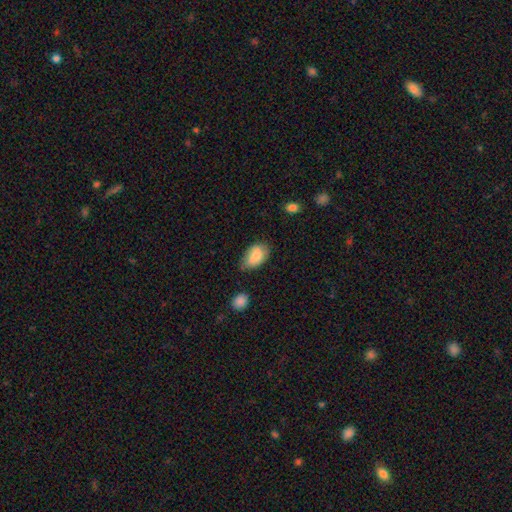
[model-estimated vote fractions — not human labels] smooth_or_featured: smooth (p=0.83) [alt: featured or disk p=0.10]
how_rounded: in between (p=0.91) [alt: round p=0.07]
merging: none (p=0.56) [alt: minor disturbance p=0.34]